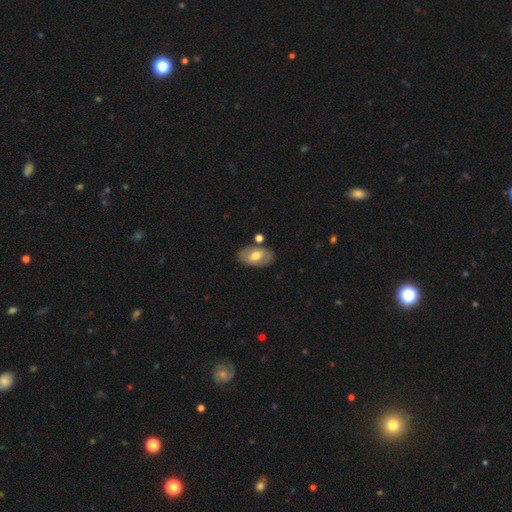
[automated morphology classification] Smooth or featured?
  - smooth: 50% *
  - featured or disk: 44%
  - star or artifact: 6%
Merging?
  - none: 75% *
  - minor disturbance: 14%
  - merger: 7%
  - major disturbance: 4%